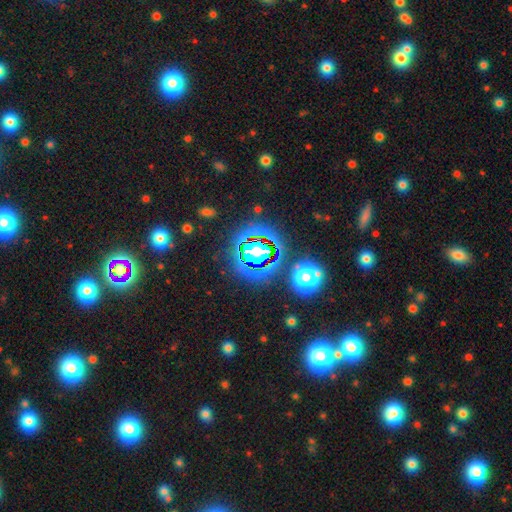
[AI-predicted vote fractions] Q: Smooth or featured?
A: star or artifact (73%); runner-up: smooth (17%)